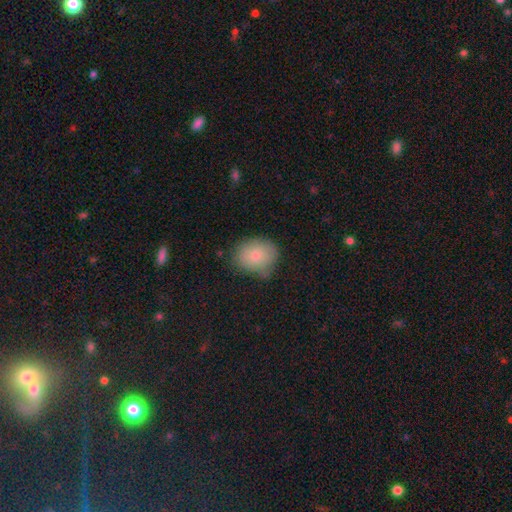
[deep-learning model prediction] The model was most divided on "how rounded": round: 51%, in between: 48%, cigar-shaped: 1%. More confident: smooth or featured — smooth (81%); merging — none (65%).